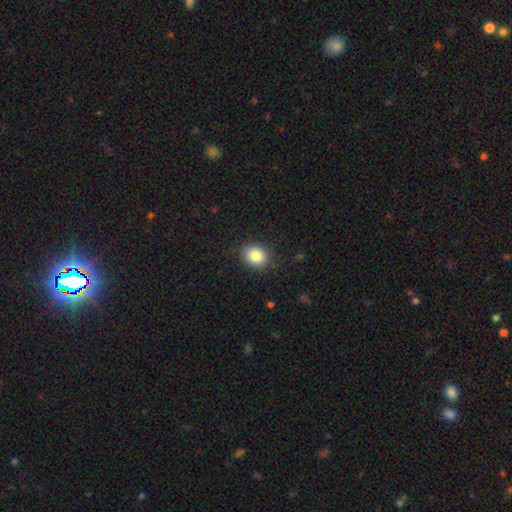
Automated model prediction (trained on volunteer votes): smooth_or_featured: smooth (p=0.83) [alt: star or artifact p=0.10]
how_rounded: round (p=0.62) [alt: in between p=0.37]
merging: none (p=0.88) [alt: minor disturbance p=0.08]